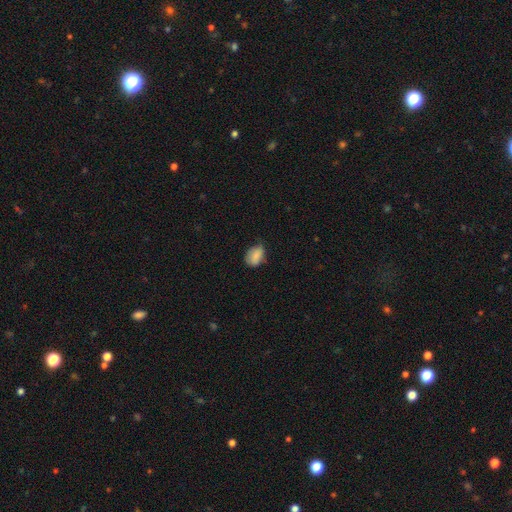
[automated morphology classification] Smooth or featured? Predicted: smooth (p=0.82). How rounded? Predicted: in between (p=0.77). Merging? Predicted: none (p=0.53).